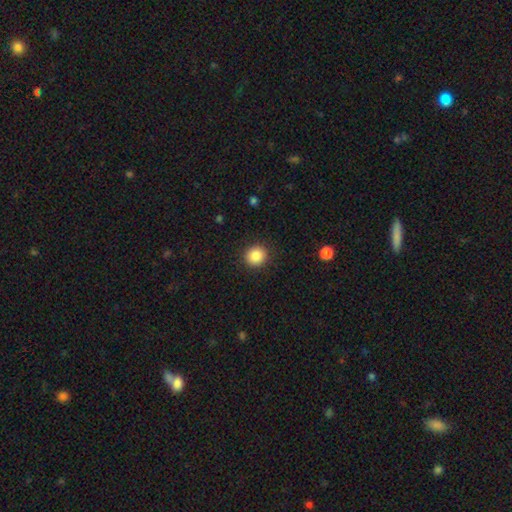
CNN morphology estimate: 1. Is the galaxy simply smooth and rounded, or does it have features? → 87% smooth, 9% star or artifact, 4% featured or disk.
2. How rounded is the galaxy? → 90% round, 9% in between, 1% cigar-shaped.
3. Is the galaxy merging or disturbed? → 91% none, 6% minor disturbance, 2% major disturbance, 1% merger.